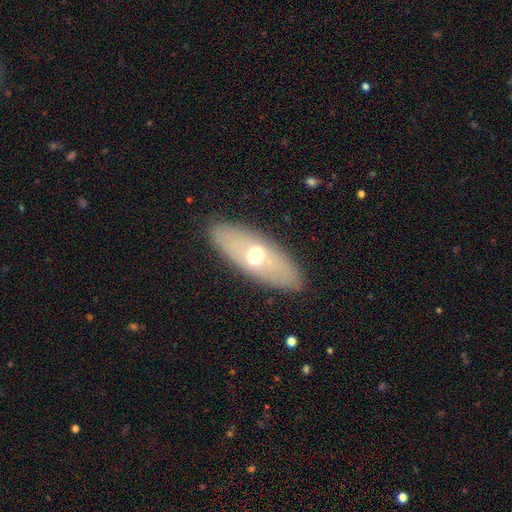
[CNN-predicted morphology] A smooth galaxy with no disk features (47%).

Vote fractions:
- Smooth or featured? smooth: 47% / featured or disk: 45% / star or artifact: 8%
- Merging? none: 86% / minor disturbance: 9% / major disturbance: 4% / merger: 1%